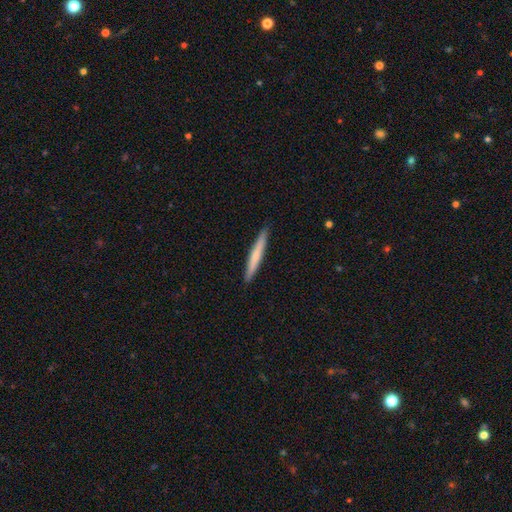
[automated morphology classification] This is likely a smooth galaxy (60%). How rounded: clearly cigar-shaped (96%). Merging: clearly none (92%).